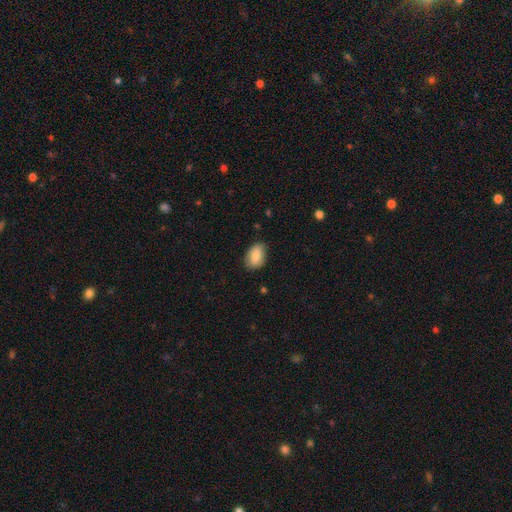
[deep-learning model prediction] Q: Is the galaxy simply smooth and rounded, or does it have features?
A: smooth — 83%.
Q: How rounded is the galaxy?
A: in between — 87%.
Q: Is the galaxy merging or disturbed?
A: none — 78%.